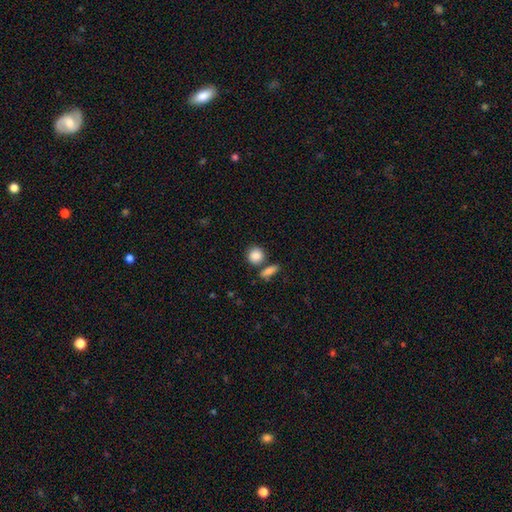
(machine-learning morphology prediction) smooth_or_featured: smooth (p=0.86) [alt: star or artifact p=0.08]
how_rounded: round (p=0.81) [alt: in between p=0.17]
merging: none (p=0.69) [alt: merger p=0.17]